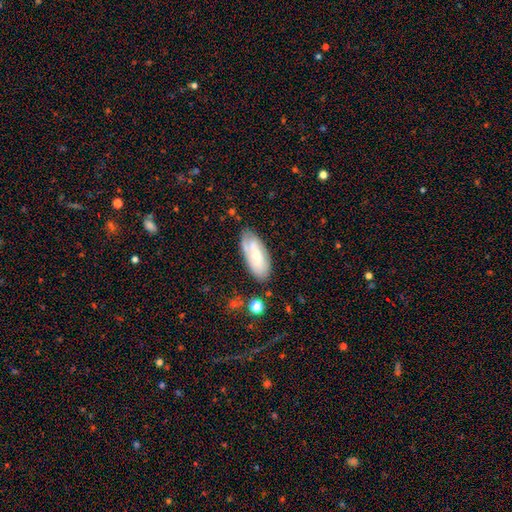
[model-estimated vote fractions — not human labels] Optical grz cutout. It shows a smooth galaxy with no disk features (55%) that is in between round and cigar-shaped (83%). Merging: none (72%).